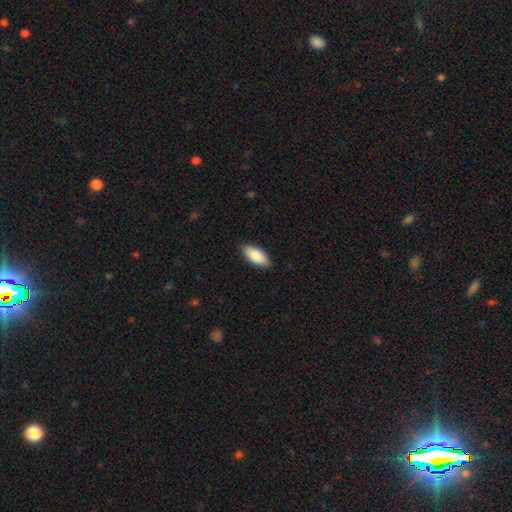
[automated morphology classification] This is clearly a smooth galaxy (86%). How rounded: clearly in between (90%). Merging: clearly none (89%).